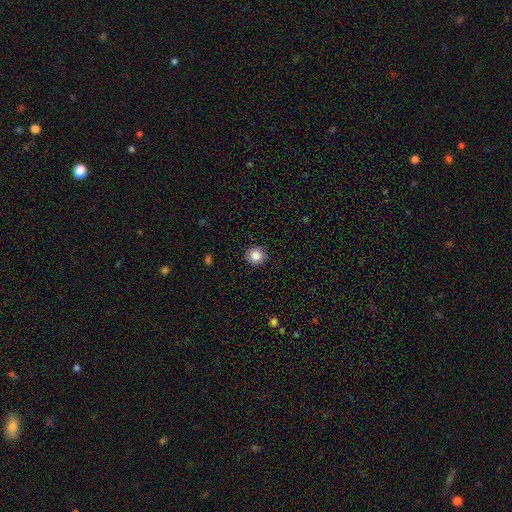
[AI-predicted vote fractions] smooth_or_featured: smooth (p=0.84) [alt: star or artifact p=0.10]
how_rounded: round (p=0.91) [alt: in between p=0.08]
merging: none (p=0.91) [alt: minor disturbance p=0.06]